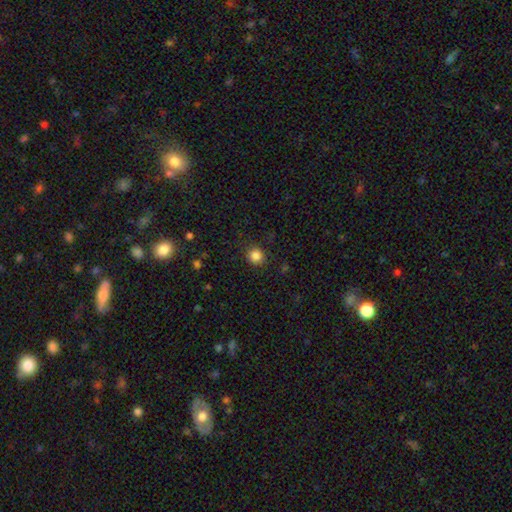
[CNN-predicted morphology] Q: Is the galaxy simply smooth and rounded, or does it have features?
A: smooth — 85%.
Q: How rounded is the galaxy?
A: round — 91%.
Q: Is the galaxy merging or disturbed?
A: none — 89%.